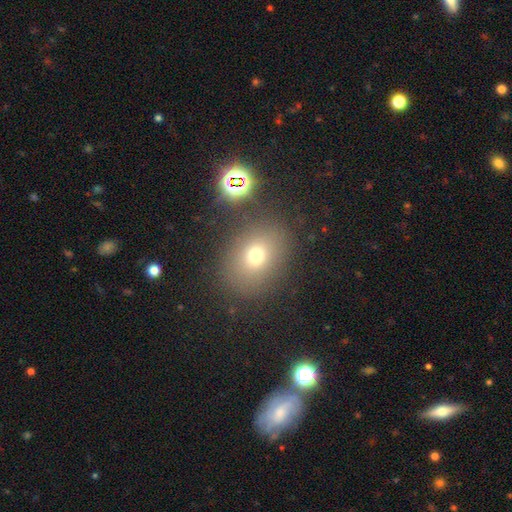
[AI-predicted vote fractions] smooth 70%, star or artifact 18%, featured or disk 12%. Down the decision tree: how rounded — in between (50%); merging — none (78%).